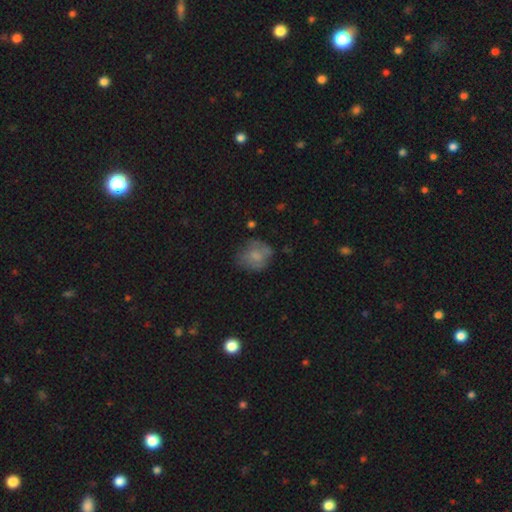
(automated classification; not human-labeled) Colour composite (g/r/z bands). It shows a smooth galaxy with no disk features (66%) that is round (69%). Merging: none (59%).